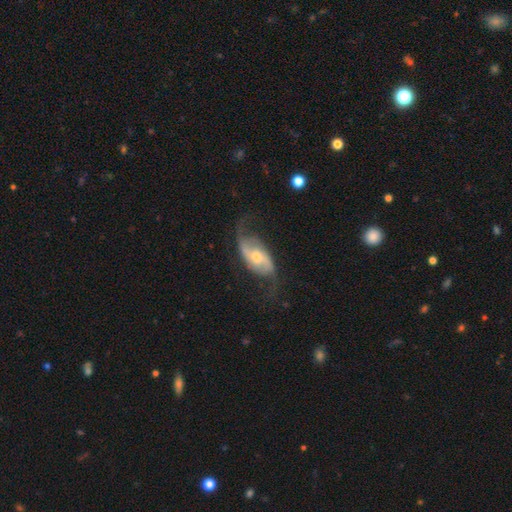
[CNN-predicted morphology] Smooth or featured: featured or disk — 81% (smooth — 13%)
Edge-on disk: no — 93% (yes — 7%)
Bar: no — 44% (weak — 37%)
Spiral arms: yes — 92% (no — 8%)
Spiral winding: loose — 68% (medium — 25%)
Spiral arm count: 2 — 89% (can't tell — 5%)
Bulge size: moderate — 59% (small — 35%)
Merging: none — 63% (minor disturbance — 20%)